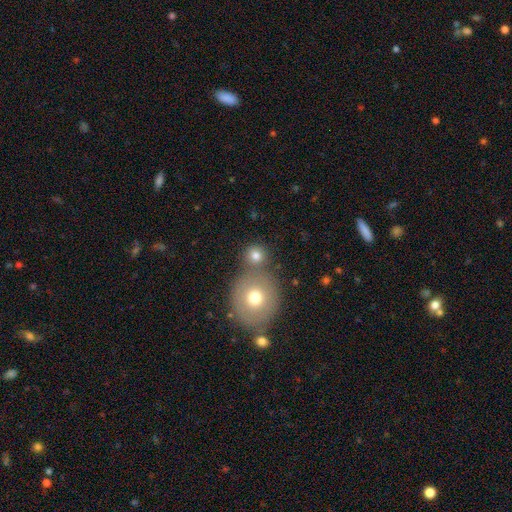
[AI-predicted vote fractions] smooth_or_featured: smooth (p=0.78) [alt: star or artifact p=0.11]
how_rounded: round (p=0.89) [alt: in between p=0.10]
merging: none (p=0.59) [alt: merger p=0.30]